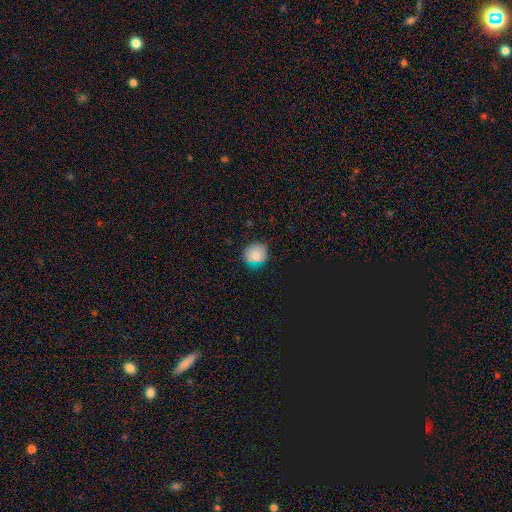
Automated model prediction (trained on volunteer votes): Smooth or featured? Predicted: smooth (p=0.78). How rounded? Predicted: round (p=0.85). Merging? Predicted: none (p=0.83).